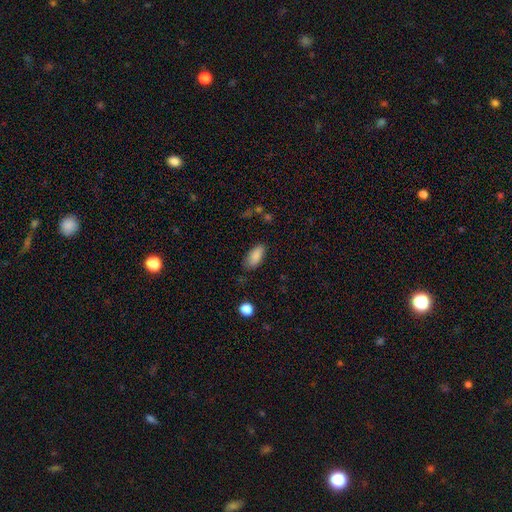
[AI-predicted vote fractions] smooth-or-featured: smooth: 87% | star or artifact: 7% | featured or disk: 6%
  how-rounded: in between: 88% | cigar-shaped: 10% | round: 2%
  merging: none: 77% | minor disturbance: 17% | major disturbance: 4% | merger: 2%